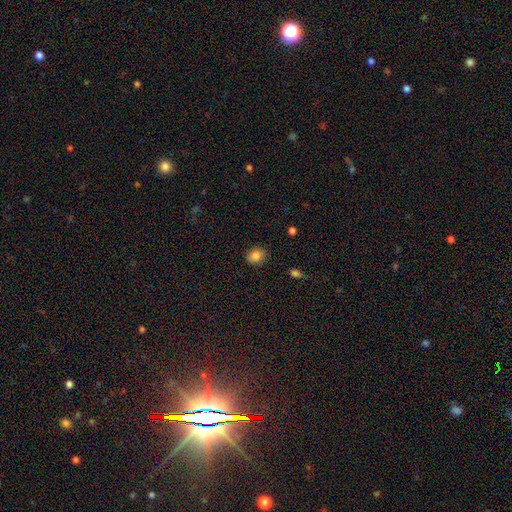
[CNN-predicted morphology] smooth 83%, star or artifact 10%, featured or disk 7%. Down the decision tree: how rounded — round (58%); merging — none (85%).